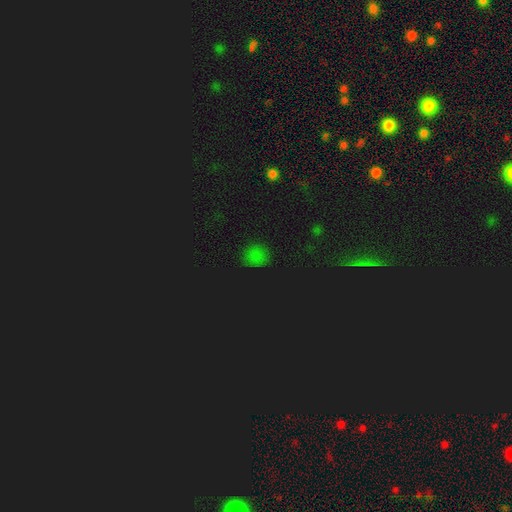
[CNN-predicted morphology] type=smooth (61%); roundness=round (75%); merging=none (84%).